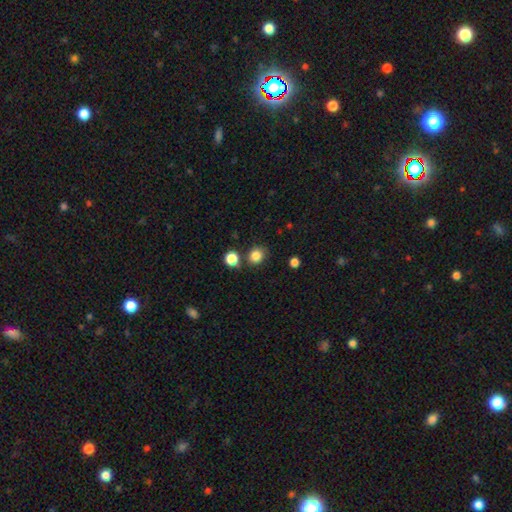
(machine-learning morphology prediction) Smooth or featured? smooth (84%)
How rounded? round (79%)
Merging? none (80%)